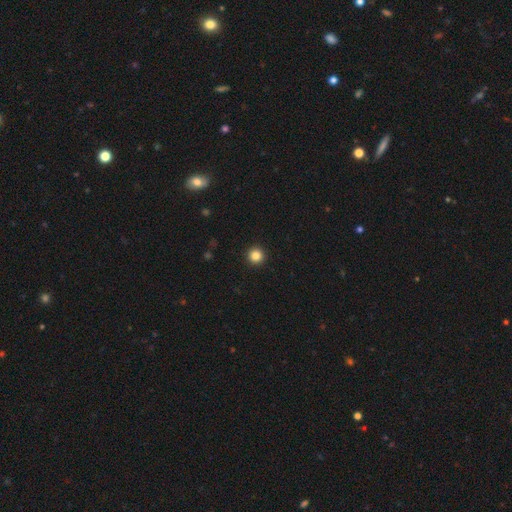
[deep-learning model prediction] smooth_or_featured: smooth (p=0.85) [alt: star or artifact p=0.11]
how_rounded: round (p=0.96) [alt: in between p=0.03]
merging: none (p=0.94) [alt: minor disturbance p=0.04]